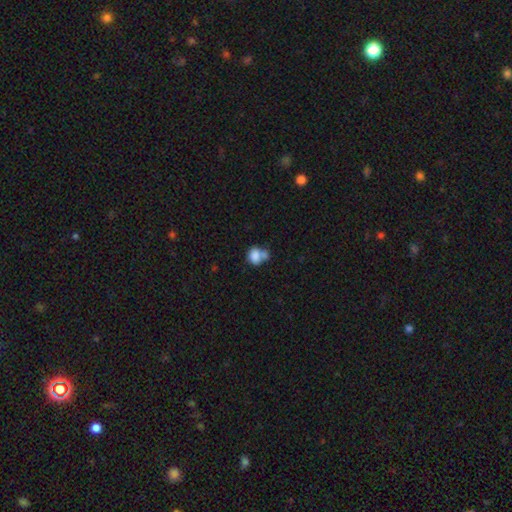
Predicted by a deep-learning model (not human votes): Smooth or featured? smooth (81%)
How rounded? round (51%)
Merging? merger (52%)